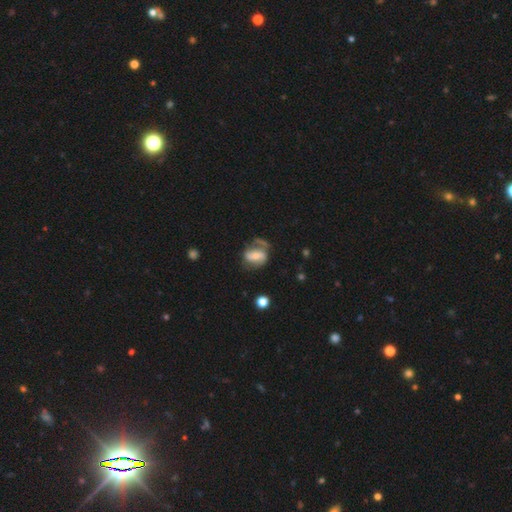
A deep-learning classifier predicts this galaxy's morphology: smooth-or-featured: featured or disk: 55% | smooth: 37% | star or artifact: 8%
  disk-edge-on: no: 94% | yes: 6%
    bar: strong: 39% | weak: 31% | no: 30%
    has-spiral-arms: yes: 68% | no: 32%
    bulge-size: moderate: 46% | small: 43% | large: 6% | none: 4% | dominant: 2%
  merging: none: 46% | minor disturbance: 24% | major disturbance: 22% | merger: 8%